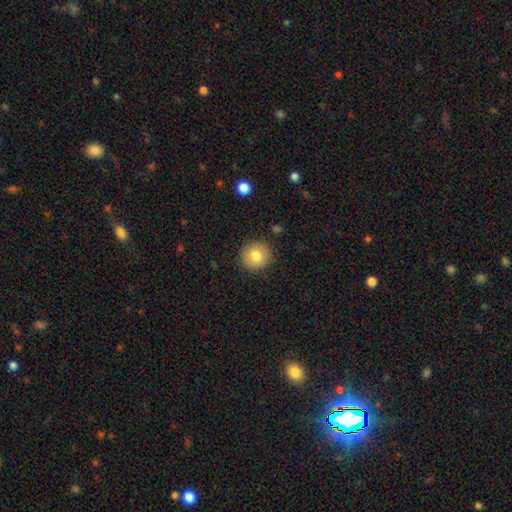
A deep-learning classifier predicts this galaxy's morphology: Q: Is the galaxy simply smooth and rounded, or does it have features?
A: smooth — 80%.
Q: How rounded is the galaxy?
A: round — 91%.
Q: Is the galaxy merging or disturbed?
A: none — 90%.